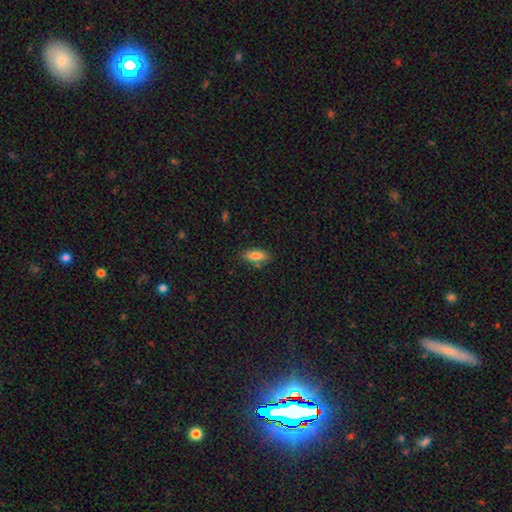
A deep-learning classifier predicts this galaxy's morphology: Overall: smooth (81%). How rounded: in between (76%). Merging: none (81%).